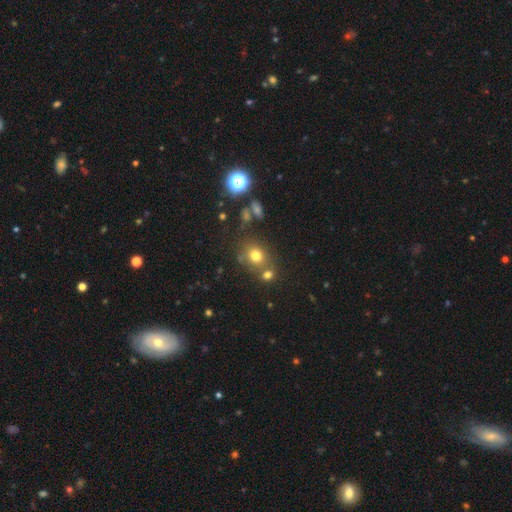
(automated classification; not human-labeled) Overall: smooth (73%). How rounded: round (70%). Merging: none (63%).